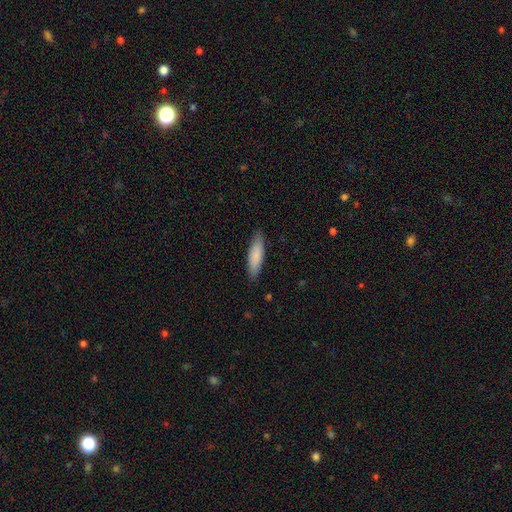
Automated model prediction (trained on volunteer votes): smooth-or-featured: smooth: 85% | featured or disk: 10% | star or artifact: 5%
  how-rounded: cigar-shaped: 61% | in between: 38% | round: 1%
  merging: none: 86% | minor disturbance: 11% | major disturbance: 2% | merger: 1%